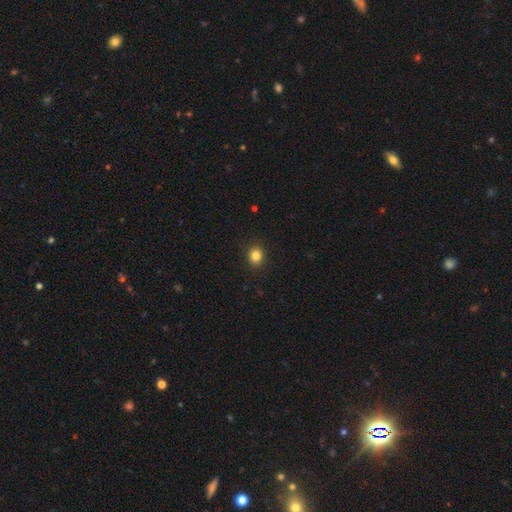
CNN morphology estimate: This appears to be a smooth galaxy with no disk features (84%) that is round (75%). Merging: none (91%).